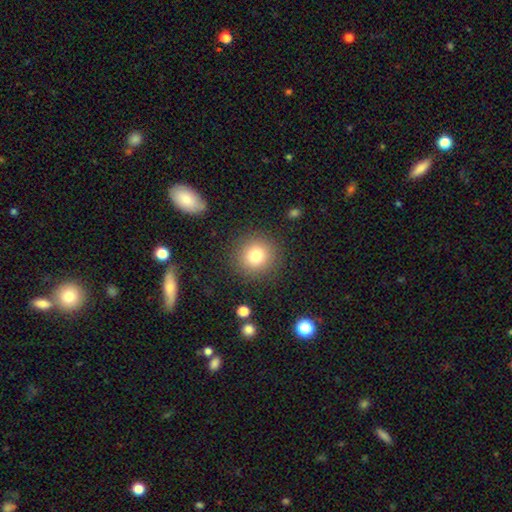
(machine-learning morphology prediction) The model was most divided on "smooth or featured": smooth: 80%, star or artifact: 12%, featured or disk: 8%. More confident: how rounded — round (93%); merging — none (89%).